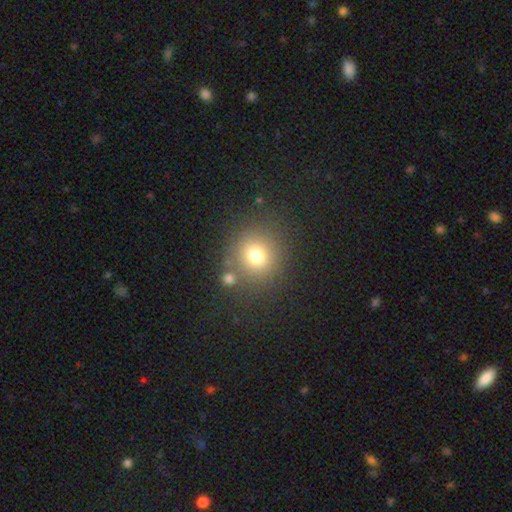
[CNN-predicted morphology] The model was most divided on "smooth or featured": smooth: 74%, star or artifact: 17%, featured or disk: 9%. More confident: how rounded — round (89%); merging — none (78%).